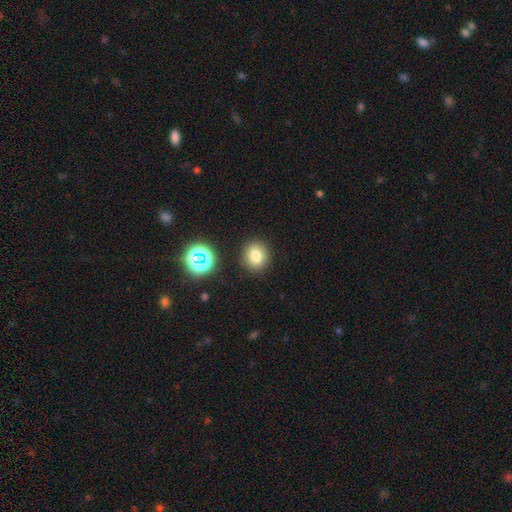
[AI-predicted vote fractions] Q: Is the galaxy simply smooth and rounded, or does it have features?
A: smooth — 78%.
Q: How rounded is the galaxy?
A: round — 71%.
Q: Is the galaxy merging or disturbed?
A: none — 87%.